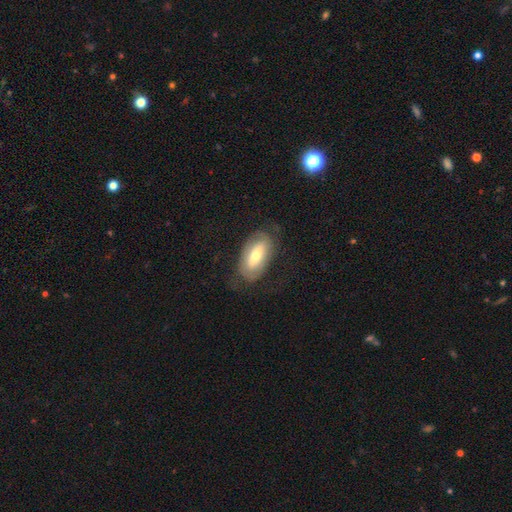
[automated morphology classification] A smooth galaxy with no disk features (47%). Merging: none (71%).